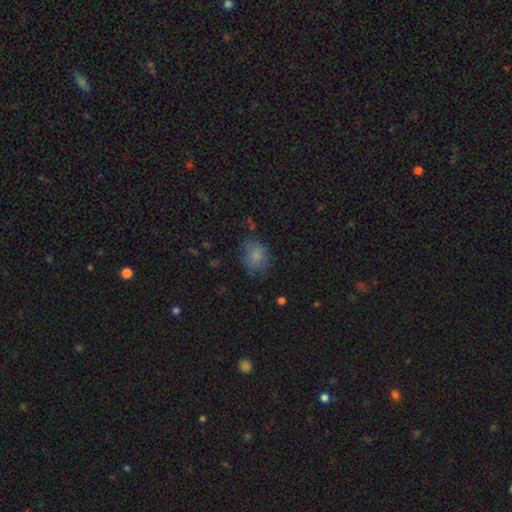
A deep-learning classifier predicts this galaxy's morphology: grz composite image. It shows a smooth galaxy with no disk features (79%) that is round (56%). Merging: none (67%).